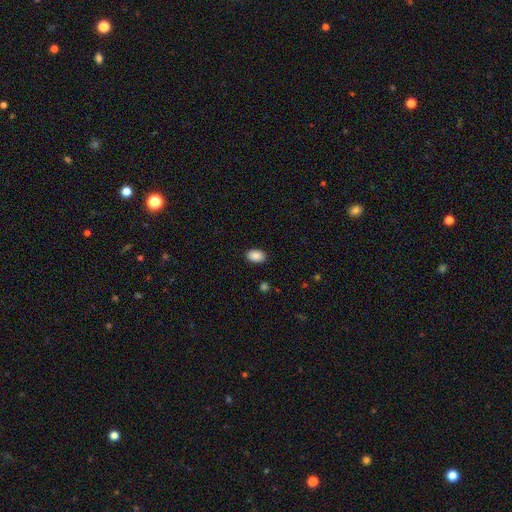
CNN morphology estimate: This appears to be a smooth galaxy with no disk features (89%) that is in between round and cigar-shaped (87%). Merging: none (88%).